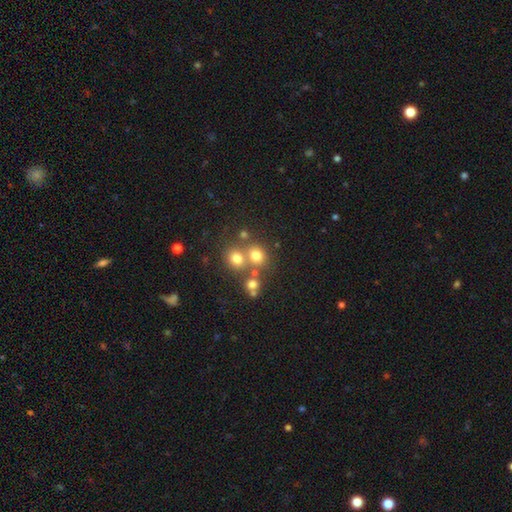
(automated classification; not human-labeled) smooth-or-featured: smooth: 71% | star or artifact: 17% | featured or disk: 11%
  how-rounded: round: 77% | in between: 22% | cigar-shaped: 1%
  merging: none: 55% | merger: 33% | minor disturbance: 8% | major disturbance: 4%